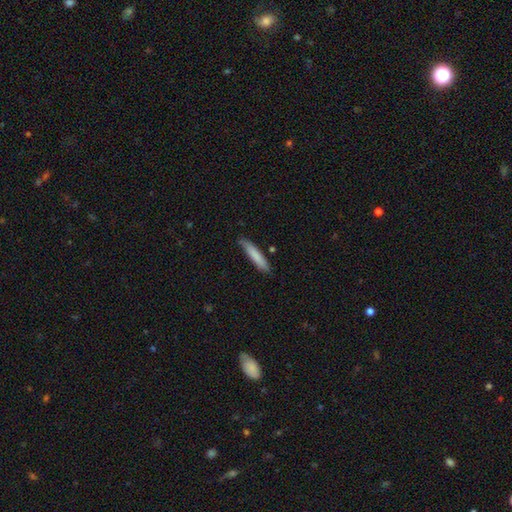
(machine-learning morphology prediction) A smooth galaxy with no disk features (80%) that is cigar-shaped (90%).

Vote fractions:
- Smooth or featured? smooth: 80% / featured or disk: 15% / star or artifact: 5%
- How rounded? cigar-shaped: 90% / in between: 9% / round: 1%
- Merging? none: 80% / minor disturbance: 15% / major disturbance: 2% / merger: 2%